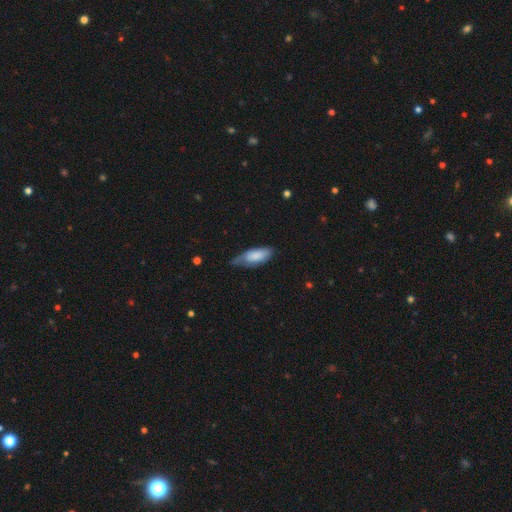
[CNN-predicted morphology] The model was most divided on "merging": minor disturbance: 44%, none: 39%, major disturbance: 15%, merger: 2%. More confident: how rounded — in between (80%); smooth or featured — smooth (76%).